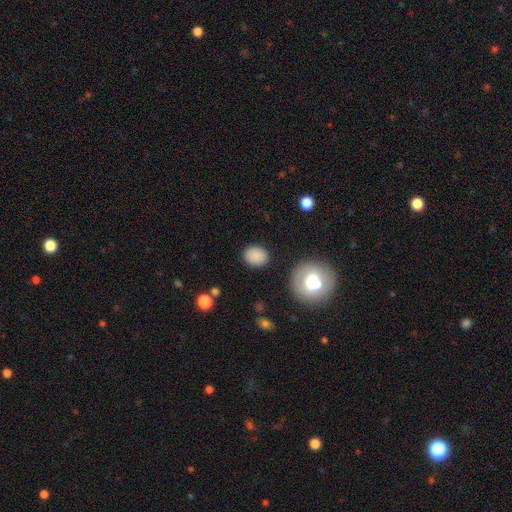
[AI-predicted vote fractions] A smooth galaxy with no disk features (86%) that is round (58%). Merging: none (87%).